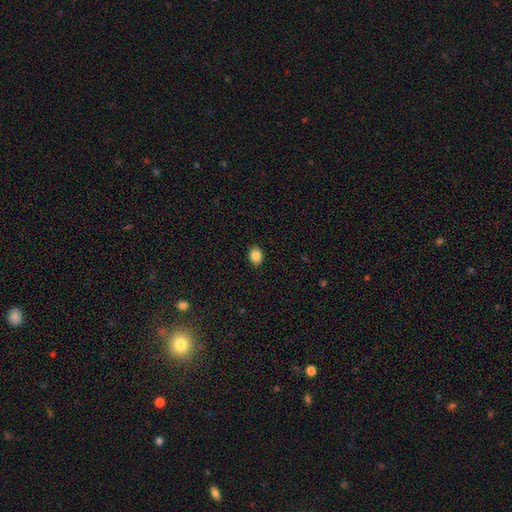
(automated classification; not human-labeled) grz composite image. It shows a smooth galaxy with no disk features (86%) that is in between round and cigar-shaped (59%). Merging: none (88%).